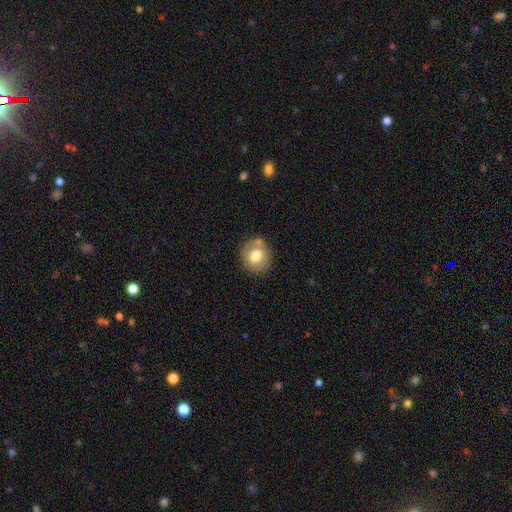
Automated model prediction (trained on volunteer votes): smooth-or-featured: smooth: 71% | featured or disk: 20% | star or artifact: 9%
  how-rounded: round: 78% | in between: 21% | cigar-shaped: 1%
  merging: none: 71% | minor disturbance: 14% | merger: 12% | major disturbance: 4%